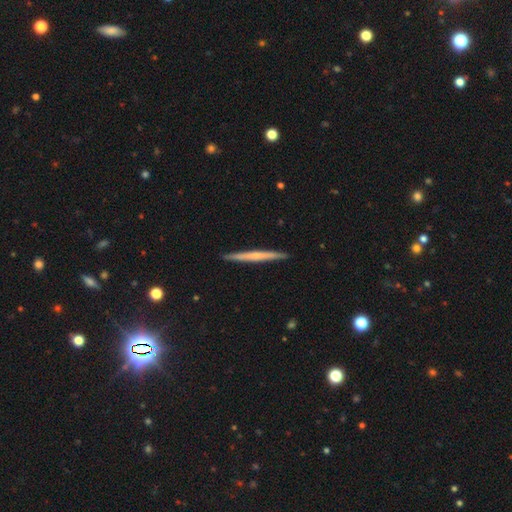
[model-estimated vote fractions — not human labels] Smooth or featured?
  - featured or disk: 52% *
  - smooth: 42%
  - star or artifact: 6%
Edge-on disk?
  - yes: 98% *
  - no: 2%
Edge-on bulge?
  - none: 69% *
  - rounded: 25%
  - boxy: 6%
Merging?
  - none: 92% *
  - minor disturbance: 6%
  - major disturbance: 1%
  - merger: 1%